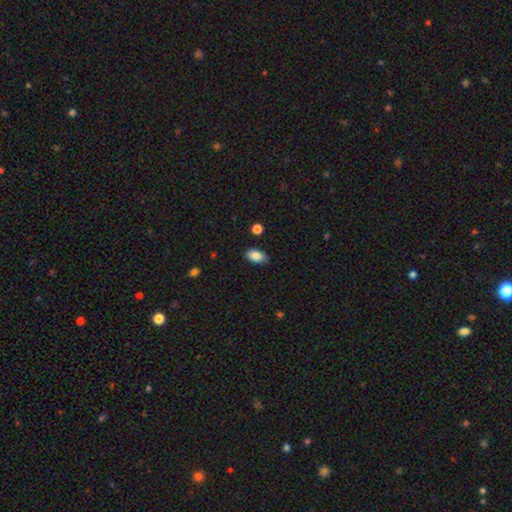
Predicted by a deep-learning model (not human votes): The model was most divided on "merging": none: 82%, minor disturbance: 14%, major disturbance: 2%, merger: 2%. More confident: how rounded — in between (92%); smooth or featured — smooth (86%).